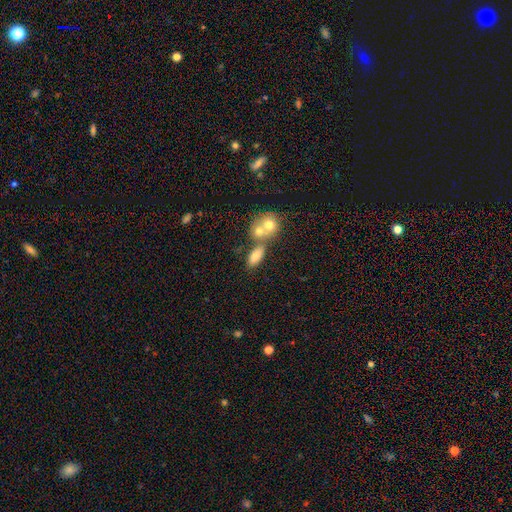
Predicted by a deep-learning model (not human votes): Smooth or featured? Predicted: smooth (p=0.74). How rounded? Predicted: in between (p=0.83). Merging? Predicted: none (p=0.44).